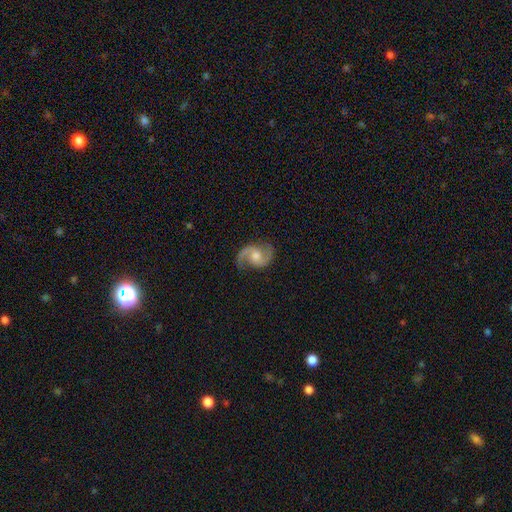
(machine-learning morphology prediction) The model was most divided on "bar": no: 58%, weak: 35%, strong: 7%. More confident: edge-on disk — no (98%); spiral arms — yes (98%); spiral arm count — 2 (93%); smooth or featured — featured or disk (90%); merging — none (81%); bulge size — moderate (64%); spiral winding — medium (55%).